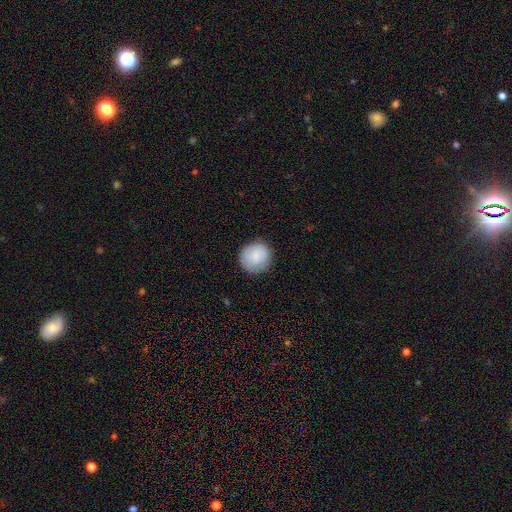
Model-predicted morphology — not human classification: Smooth or featured: smooth — 83% (featured or disk — 10%)
How rounded: round — 90% (in between — 9%)
Merging: none — 83% (minor disturbance — 12%)